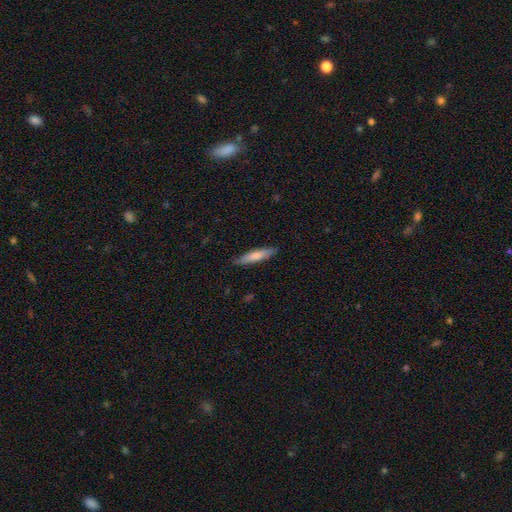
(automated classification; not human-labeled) Q: Smooth or featured?
A: smooth (70%); runner-up: featured or disk (24%)
Q: How rounded?
A: cigar-shaped (85%); runner-up: in between (14%)
Q: Merging?
A: none (87%); runner-up: minor disturbance (10%)